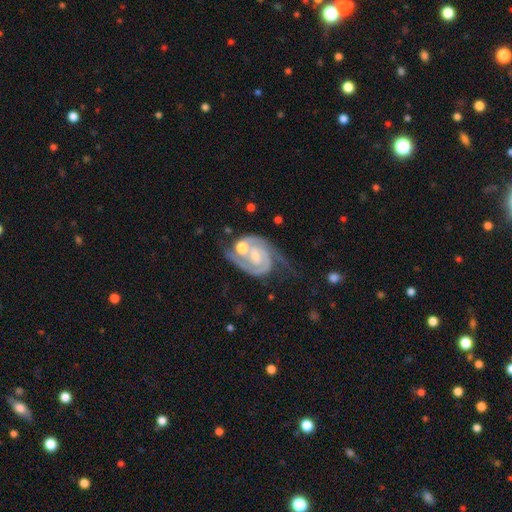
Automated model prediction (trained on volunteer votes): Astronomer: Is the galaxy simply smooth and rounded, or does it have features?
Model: featured or disk — 90%.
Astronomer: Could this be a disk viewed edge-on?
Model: no — 98%.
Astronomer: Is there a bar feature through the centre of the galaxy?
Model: no — 48% (runner-up: weak, 39%).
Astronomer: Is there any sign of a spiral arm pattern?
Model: yes — 98%.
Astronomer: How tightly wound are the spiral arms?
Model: tight — 54% (runner-up: medium, 38%).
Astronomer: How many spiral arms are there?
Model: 2 — 85%.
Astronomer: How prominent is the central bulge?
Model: small — 52% (runner-up: moderate, 37%).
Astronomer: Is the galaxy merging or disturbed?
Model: none — 44% (runner-up: merger, 23%).